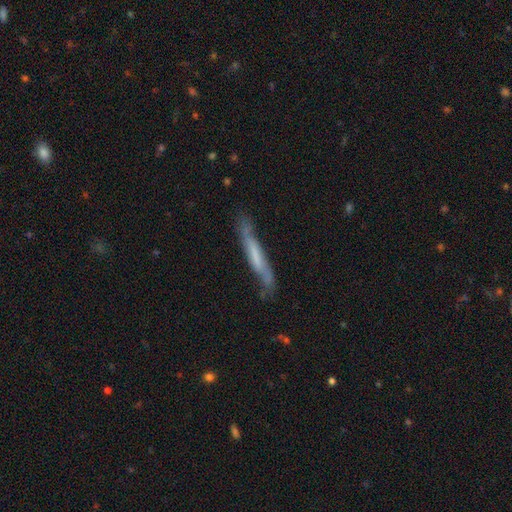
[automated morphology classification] This appears to be a featured or disk galaxy (54%) viewed edge-on (74%). Merging: none (68%).